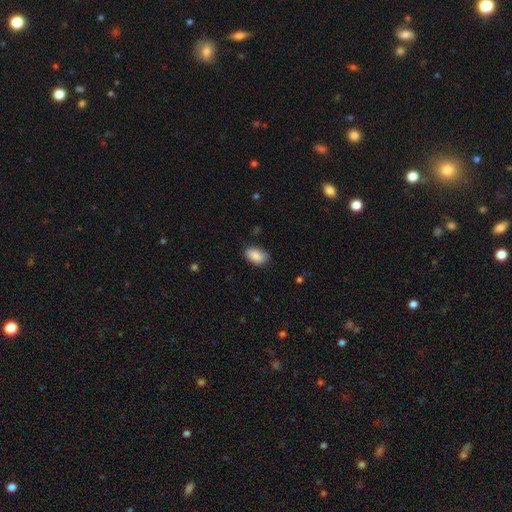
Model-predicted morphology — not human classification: smooth 86%, featured or disk 7%, star or artifact 7%. Down the decision tree: how rounded — in between (90%); merging — none (77%).